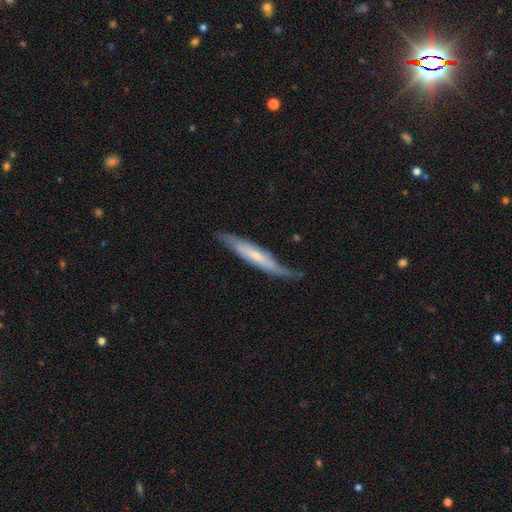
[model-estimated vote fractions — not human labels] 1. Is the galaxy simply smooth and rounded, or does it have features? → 55% featured or disk, 39% smooth, 6% star or artifact.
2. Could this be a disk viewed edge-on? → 69% yes, 31% no.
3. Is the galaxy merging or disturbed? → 67% none, 24% minor disturbance, 7% major disturbance, 2% merger.